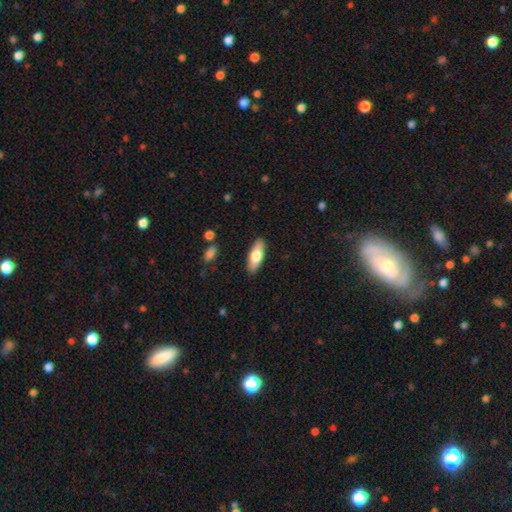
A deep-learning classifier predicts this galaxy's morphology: smooth_or_featured: smooth (p=0.67) [alt: featured or disk p=0.27]
how_rounded: in between (p=0.66) [alt: cigar-shaped p=0.32]
merging: none (p=0.88) [alt: minor disturbance p=0.09]